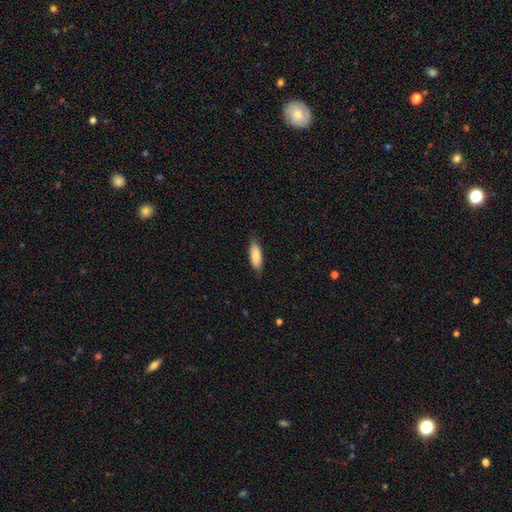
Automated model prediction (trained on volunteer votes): This appears to be a smooth galaxy with no disk features (85%) that is in between round and cigar-shaped (69%). Merging: none (78%).